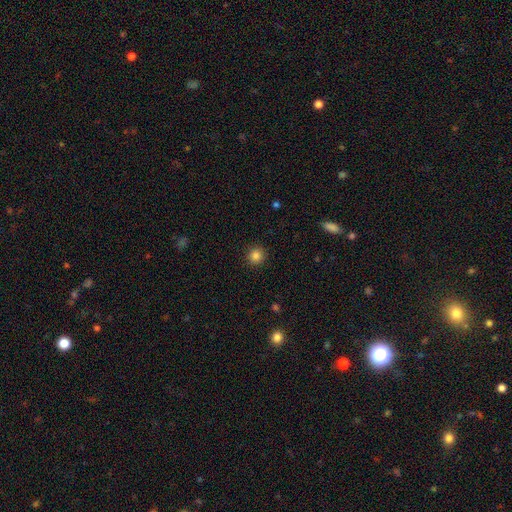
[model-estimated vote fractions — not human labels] Smooth or featured? Predicted: smooth (p=0.84). How rounded? Predicted: round (p=0.93). Merging? Predicted: none (p=0.92).